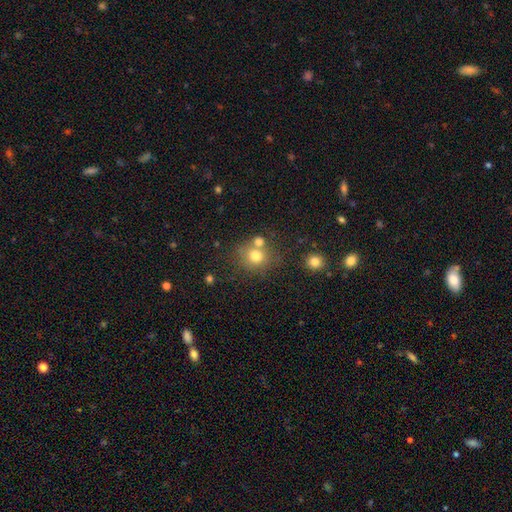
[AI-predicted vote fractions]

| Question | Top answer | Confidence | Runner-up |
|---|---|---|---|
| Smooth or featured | smooth | 76% | star or artifact (13%) |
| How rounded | round | 78% | in between (21%) |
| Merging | none | 58% | merger (26%) |